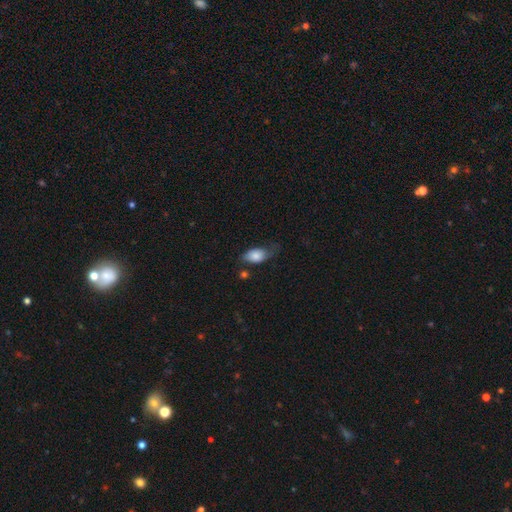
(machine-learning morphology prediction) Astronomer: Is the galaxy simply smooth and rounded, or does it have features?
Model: smooth — 79%.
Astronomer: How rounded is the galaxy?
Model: in between — 90%.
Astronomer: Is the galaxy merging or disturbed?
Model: none — 40% (runner-up: minor disturbance, 36%).